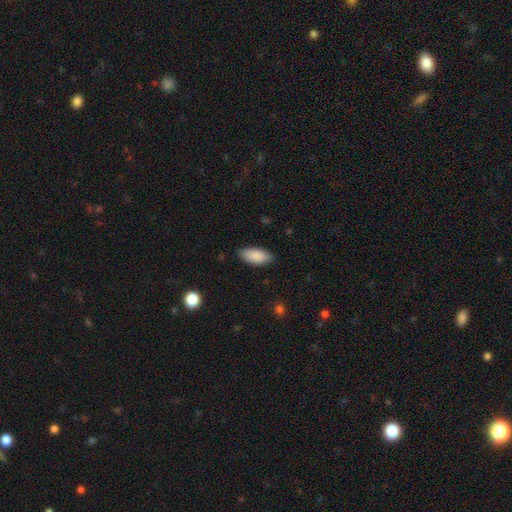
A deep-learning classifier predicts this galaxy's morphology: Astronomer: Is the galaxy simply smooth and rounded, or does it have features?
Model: smooth — 89%.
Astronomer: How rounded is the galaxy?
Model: in between — 89%.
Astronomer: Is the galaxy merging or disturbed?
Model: none — 86%.